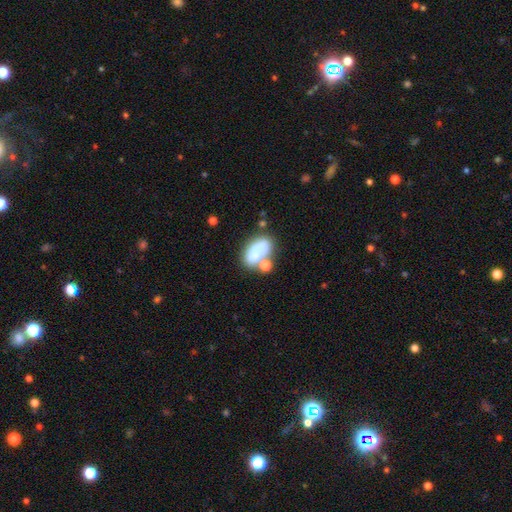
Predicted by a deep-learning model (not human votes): Q: Smooth or featured?
A: smooth (60%); runner-up: featured or disk (30%)
Q: How rounded?
A: in between (83%); runner-up: round (15%)
Q: Merging?
A: merger (46%); runner-up: none (29%)